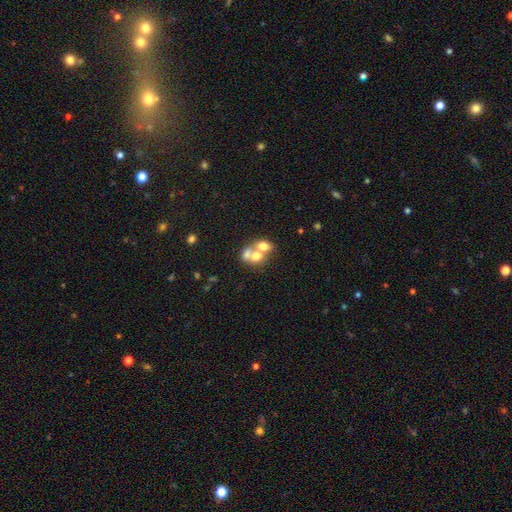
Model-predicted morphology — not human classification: This appears to be a smooth galaxy with no disk features (60%) that is round (52%). Merging: merger (69%).